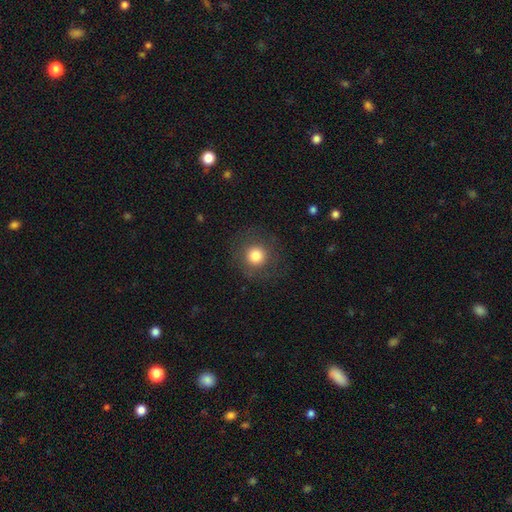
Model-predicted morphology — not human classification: This is likely a smooth galaxy (80%). How rounded: clearly round (94%). Merging: clearly none (86%).